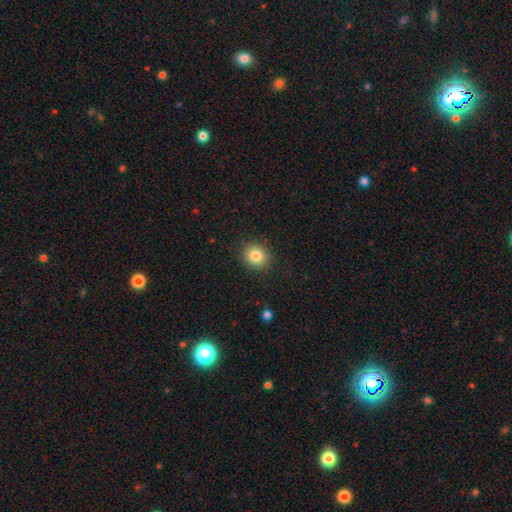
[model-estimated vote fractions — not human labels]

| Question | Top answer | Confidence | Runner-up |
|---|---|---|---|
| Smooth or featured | smooth | 84% | star or artifact (10%) |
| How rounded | round | 82% | in between (17%) |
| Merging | none | 90% | minor disturbance (6%) |